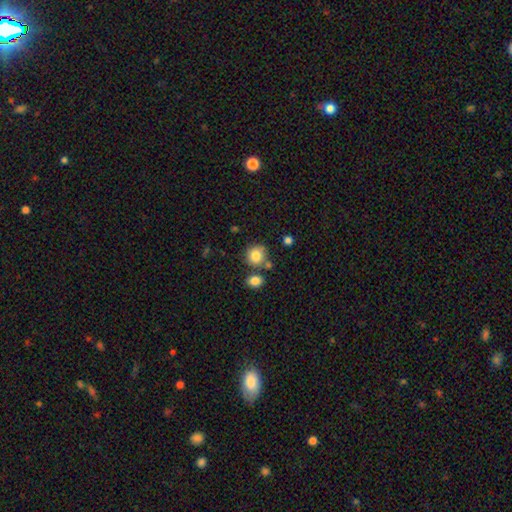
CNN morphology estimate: smooth_or_featured: smooth (p=0.82) [alt: star or artifact p=0.09]
how_rounded: round (p=0.84) [alt: in between p=0.15]
merging: none (p=0.67) [alt: merger p=0.15]